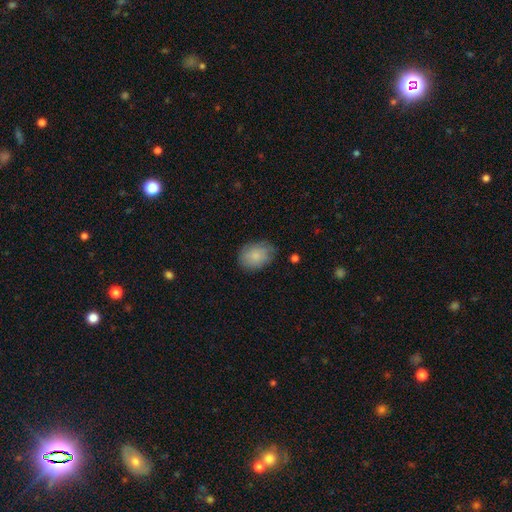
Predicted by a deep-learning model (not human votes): This appears to be a smooth galaxy with no disk features (80%) that is in between round and cigar-shaped (66%). Merging: none (72%).